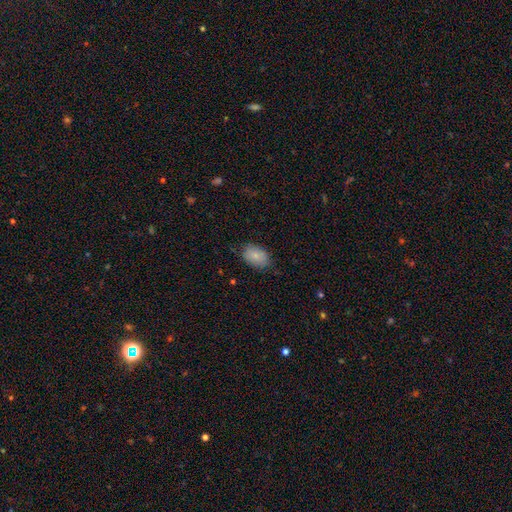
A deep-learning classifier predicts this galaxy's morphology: Smooth or featured? Predicted: smooth (p=0.83). How rounded? Predicted: in between (p=0.88). Merging? Predicted: none (p=0.77).